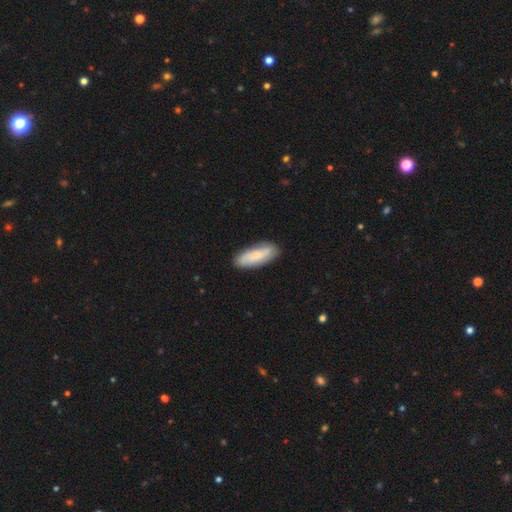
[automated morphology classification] A smooth galaxy with no disk features (71%) that is in between round and cigar-shaped (64%). Merging: none (85%).